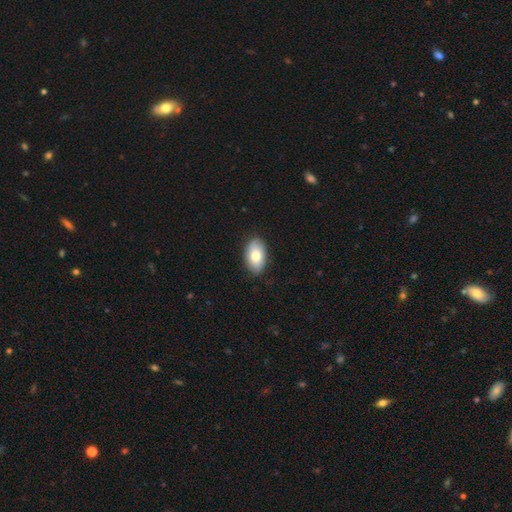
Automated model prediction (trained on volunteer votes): This appears to be a smooth galaxy with no disk features (78%) that is in between round and cigar-shaped (93%). Merging: none (85%).